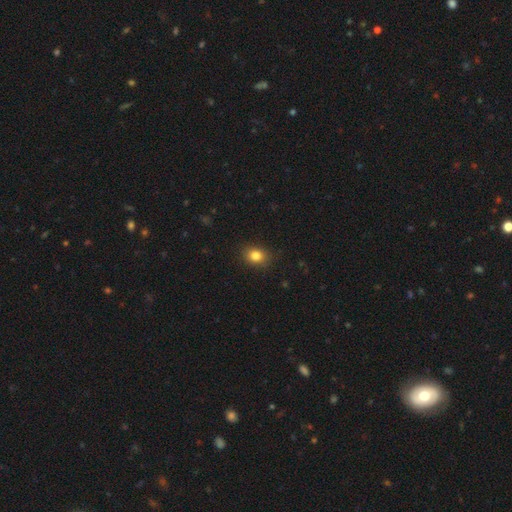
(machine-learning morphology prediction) type=smooth (83%); roundness=in between (50%); merging=none (87%).